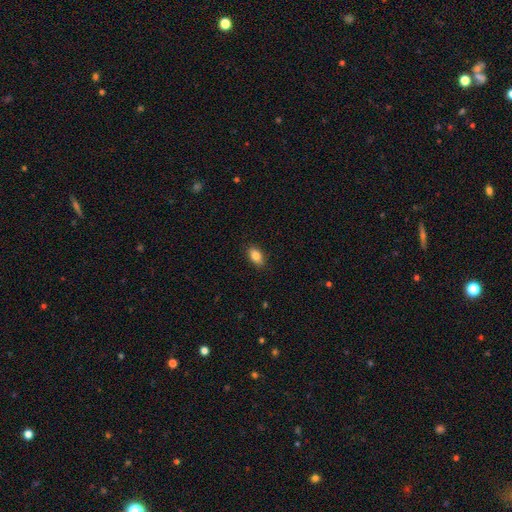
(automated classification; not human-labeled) The model was most divided on "smooth or featured": smooth: 85%, star or artifact: 8%, featured or disk: 7%. More confident: how rounded — in between (89%); merging — none (88%).